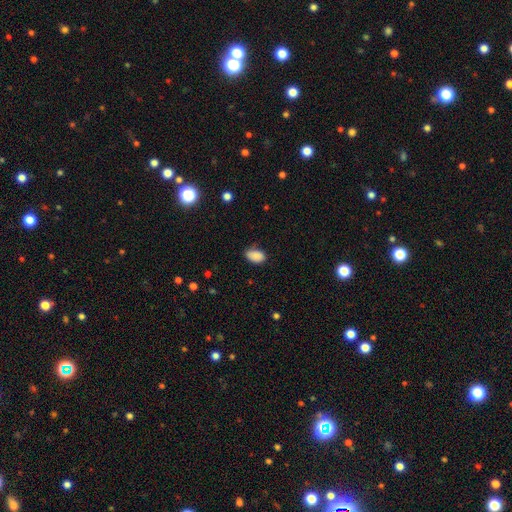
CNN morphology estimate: type=smooth (88%); roundness=in between (91%); merging=none (70%).